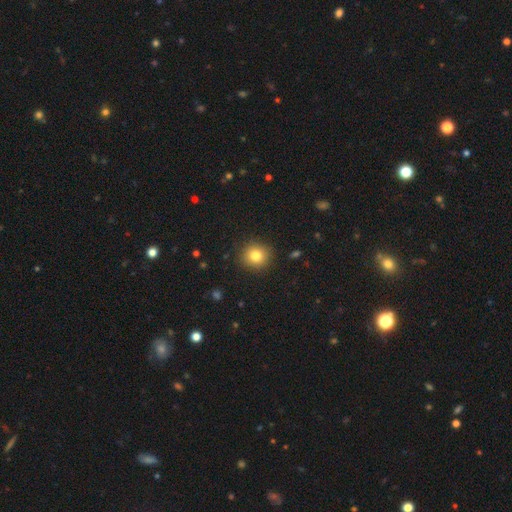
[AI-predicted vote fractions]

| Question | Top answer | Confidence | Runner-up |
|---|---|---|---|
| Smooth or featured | smooth | 81% | star or artifact (11%) |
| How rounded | round | 89% | in between (10%) |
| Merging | none | 90% | minor disturbance (6%) |